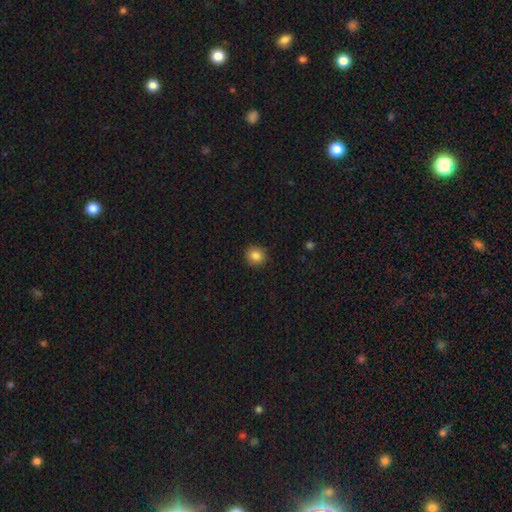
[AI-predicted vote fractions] Q: Smooth or featured?
A: smooth (86%); runner-up: star or artifact (10%)
Q: How rounded?
A: round (90%); runner-up: in between (9%)
Q: Merging?
A: none (90%); runner-up: minor disturbance (7%)